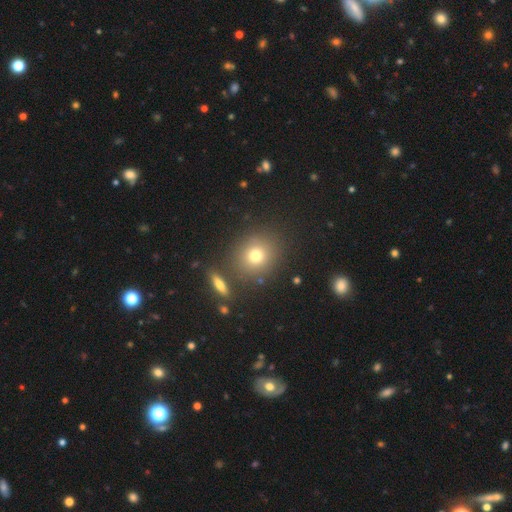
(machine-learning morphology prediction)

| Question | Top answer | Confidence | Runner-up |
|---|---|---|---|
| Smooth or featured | smooth | 74% | star or artifact (15%) |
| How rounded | round | 83% | in between (15%) |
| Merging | none | 81% | minor disturbance (9%) |